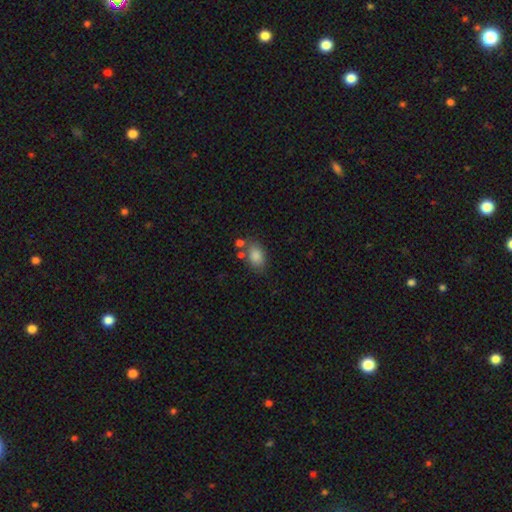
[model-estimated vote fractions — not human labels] A smooth galaxy with no disk features (85%) that is in between round and cigar-shaped (86%).

Vote fractions:
- Smooth or featured? smooth: 85% / star or artifact: 9% / featured or disk: 6%
- How rounded? in between: 86% / round: 12% / cigar-shaped: 2%
- Merging? none: 64% / minor disturbance: 16% / merger: 14% / major disturbance: 5%